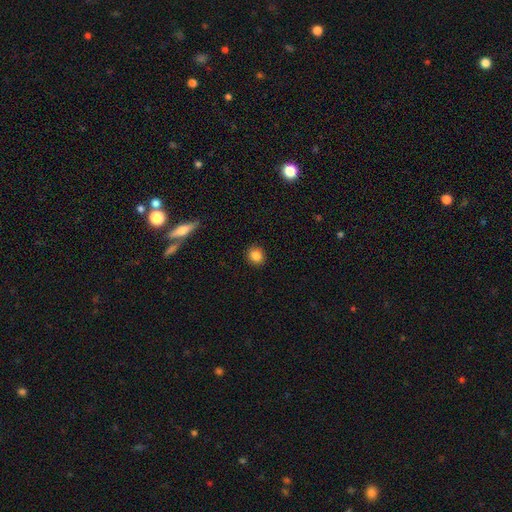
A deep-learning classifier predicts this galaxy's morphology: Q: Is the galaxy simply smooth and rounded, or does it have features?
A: smooth — 85%.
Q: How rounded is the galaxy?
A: round — 76%.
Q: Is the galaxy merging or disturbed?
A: none — 89%.